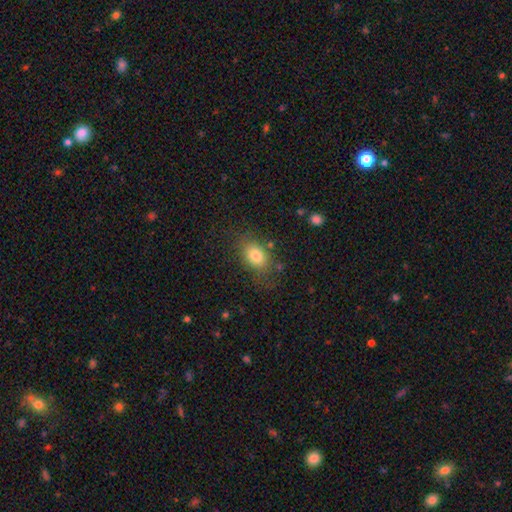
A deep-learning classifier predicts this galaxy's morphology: smooth_or_featured: smooth (p=0.80) [alt: featured or disk p=0.11]
how_rounded: in between (p=0.77) [alt: round p=0.22]
merging: none (p=0.74) [alt: minor disturbance p=0.17]